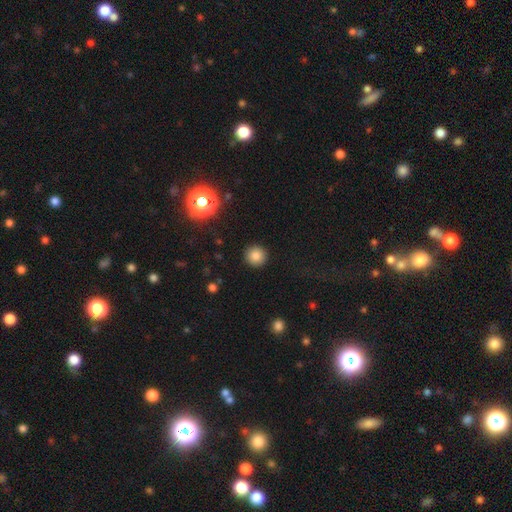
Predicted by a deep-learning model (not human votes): Smooth or featured? smooth (83%)
How rounded? round (95%)
Merging? none (92%)